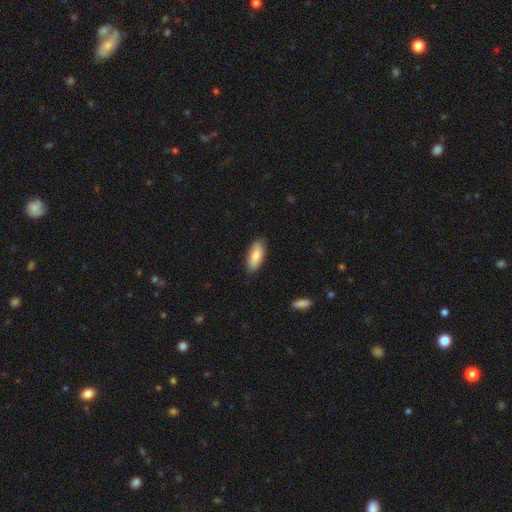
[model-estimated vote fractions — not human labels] Smooth or featured?
  - smooth: 82% *
  - featured or disk: 12%
  - star or artifact: 6%
How rounded?
  - in between: 79% *
  - cigar-shaped: 19%
  - round: 2%
Merging?
  - none: 84% *
  - minor disturbance: 13%
  - major disturbance: 2%
  - merger: 1%